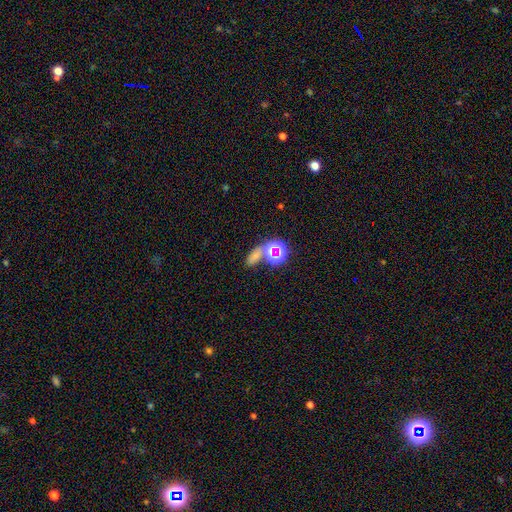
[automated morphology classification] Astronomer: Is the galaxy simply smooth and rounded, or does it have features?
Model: smooth — 51% (runner-up: star or artifact, 38%).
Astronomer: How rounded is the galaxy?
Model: in between — 63%.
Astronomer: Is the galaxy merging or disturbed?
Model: none — 52% (runner-up: merger, 29%).